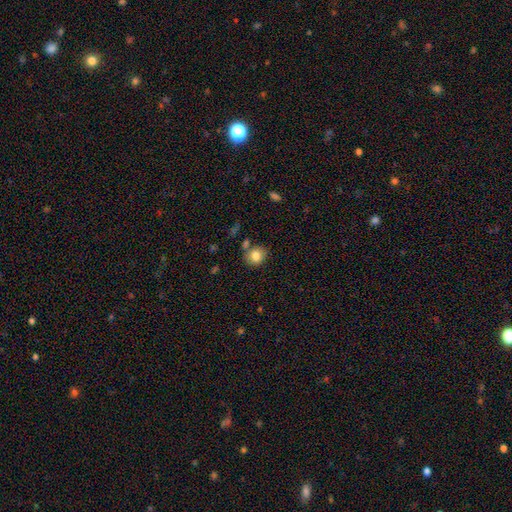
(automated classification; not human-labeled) This appears to be a smooth galaxy with no disk features (81%) that is round (76%). Merging: none (74%).